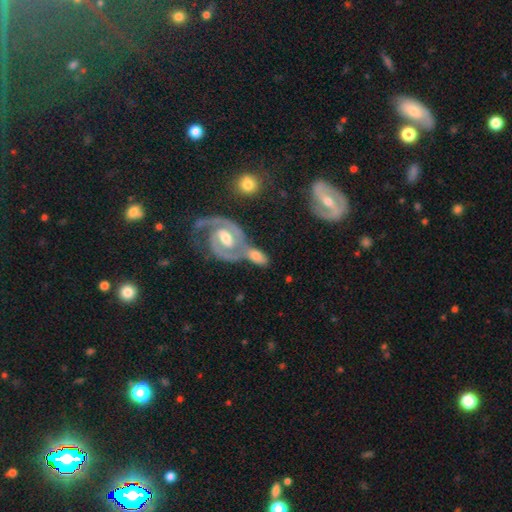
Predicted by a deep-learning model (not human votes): Smooth or featured: featured or disk — 53% (smooth — 40%)
Edge-on disk: no — 92% (yes — 8%)
Merging: merger — 50% (none — 31%)